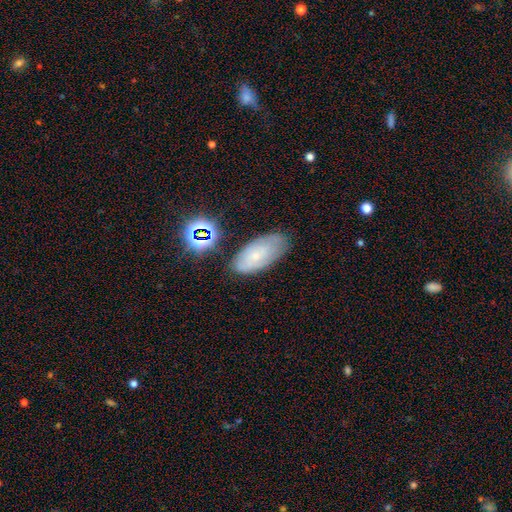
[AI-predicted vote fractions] A smooth galaxy with no disk features (48%).

Vote fractions:
- Smooth or featured? smooth: 48% / featured or disk: 39% / star or artifact: 13%
- Merging? none: 69% / minor disturbance: 22% / major disturbance: 5% / merger: 4%